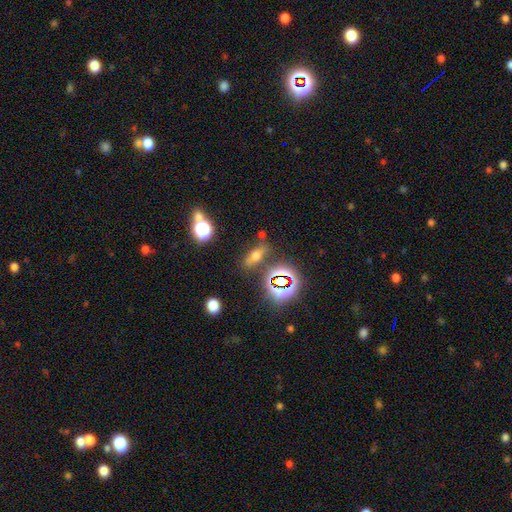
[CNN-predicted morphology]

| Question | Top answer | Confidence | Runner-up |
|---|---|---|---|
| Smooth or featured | smooth | 49% | star or artifact (29%) |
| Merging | none | 71% | minor disturbance (14%) |